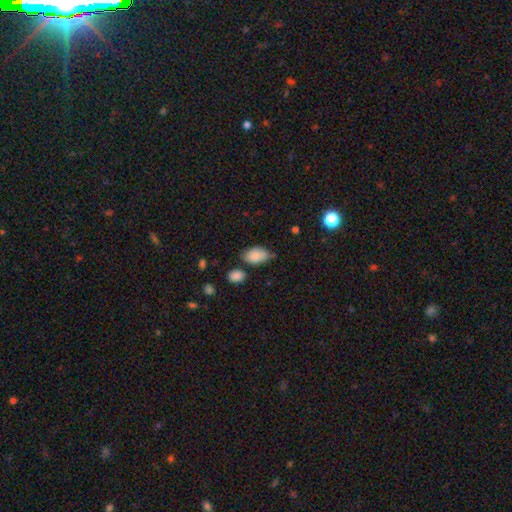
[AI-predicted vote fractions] Smooth or featured? smooth (85%)
How rounded? in between (91%)
Merging? none (58%)